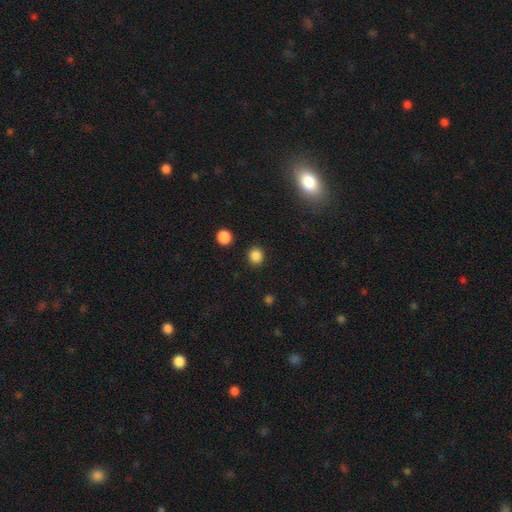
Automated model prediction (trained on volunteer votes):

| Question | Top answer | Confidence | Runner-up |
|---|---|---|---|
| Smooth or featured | smooth | 86% | star or artifact (11%) |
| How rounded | round | 84% | in between (15%) |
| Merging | none | 90% | minor disturbance (6%) |